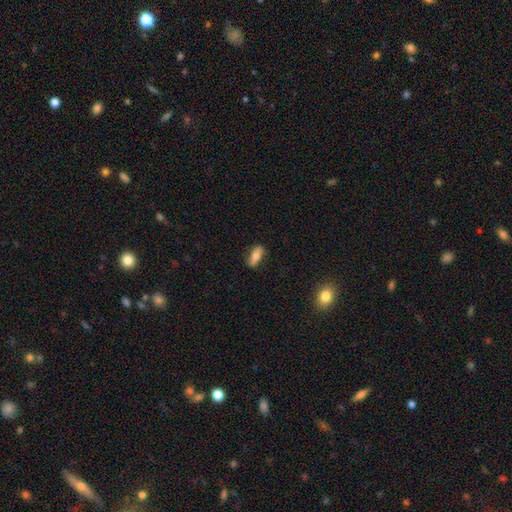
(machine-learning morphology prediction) Smooth or featured?
  - smooth: 65% *
  - featured or disk: 28%
  - star or artifact: 7%
How rounded?
  - in between: 72% *
  - cigar-shaped: 24%
  - round: 4%
Merging?
  - none: 81% *
  - minor disturbance: 15%
  - major disturbance: 3%
  - merger: 1%